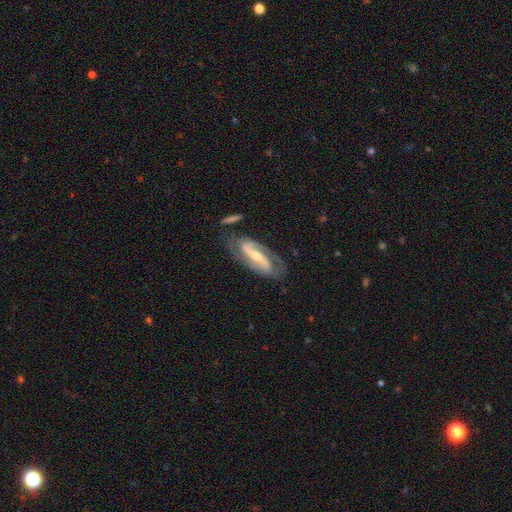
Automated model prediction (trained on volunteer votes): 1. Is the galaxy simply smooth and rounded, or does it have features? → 86% featured or disk, 9% smooth, 5% star or artifact.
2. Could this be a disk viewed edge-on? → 92% no, 8% yes.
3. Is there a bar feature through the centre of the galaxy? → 51% strong, 30% weak, 19% no.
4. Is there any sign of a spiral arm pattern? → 94% yes, 6% no.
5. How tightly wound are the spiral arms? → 45% medium, 27% loose, 27% tight.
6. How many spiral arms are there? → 90% 2, 5% can't tell, 2% 1, 1% 3, 1% 4, 1% more than 4.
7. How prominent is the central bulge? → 48% small, 47% moderate, 3% large, 2% none, 1% dominant.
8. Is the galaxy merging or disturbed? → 75% none, 16% minor disturbance, 6% major disturbance, 3% merger.